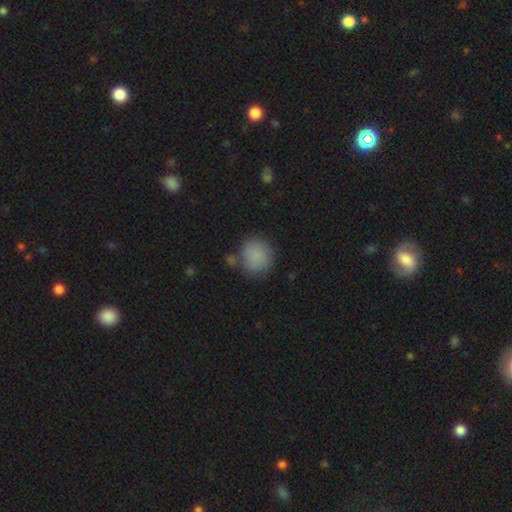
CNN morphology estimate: A smooth galaxy with no disk features (87%) that is round (90%). Merging: none (73%).